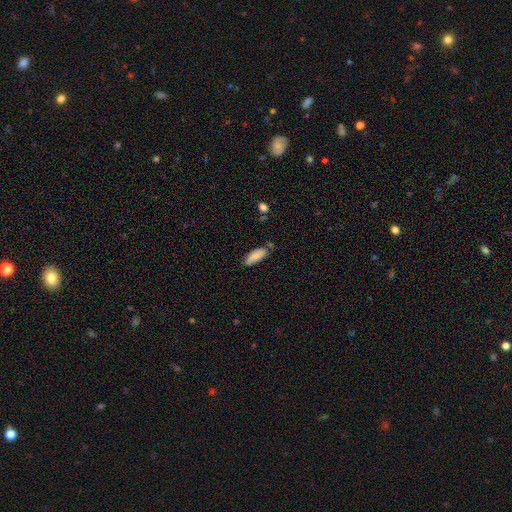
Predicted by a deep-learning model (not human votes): Morphology: type=smooth (81%); roundness=in between (74%); merging=none (70%).